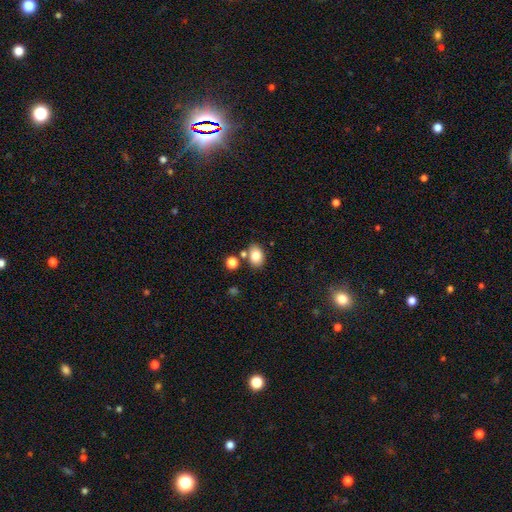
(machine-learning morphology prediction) Smooth or featured: smooth — 81% (star or artifact — 10%)
How rounded: in between — 71% (round — 28%)
Merging: none — 72% (merger — 12%)